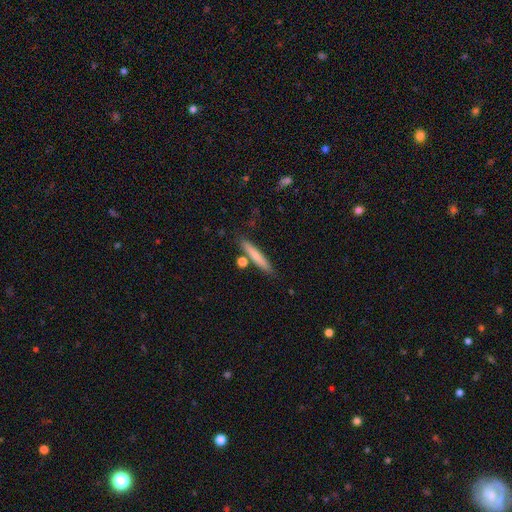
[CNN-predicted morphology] Smooth or featured?
  - smooth: 70% *
  - featured or disk: 24%
  - star or artifact: 6%
How rounded?
  - cigar-shaped: 93% *
  - in between: 5%
  - round: 2%
Merging?
  - none: 81% *
  - minor disturbance: 10%
  - merger: 7%
  - major disturbance: 2%